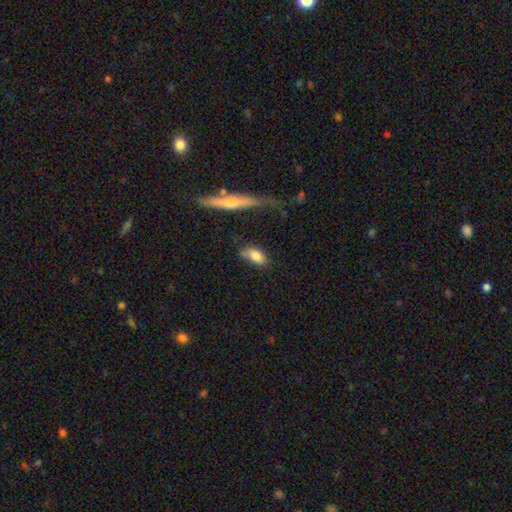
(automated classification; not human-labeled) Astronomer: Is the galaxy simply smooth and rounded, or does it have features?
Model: smooth — 82%.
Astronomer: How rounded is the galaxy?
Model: in between — 87%.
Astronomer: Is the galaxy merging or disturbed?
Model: none — 60%.